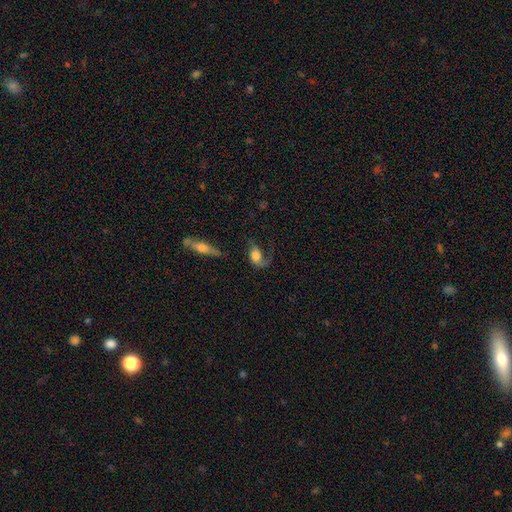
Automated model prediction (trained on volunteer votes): Smooth or featured: featured or disk — 54% (smooth — 38%)
Edge-on disk: no — 91% (yes — 9%)
Merging: major disturbance — 39% (none — 36%)